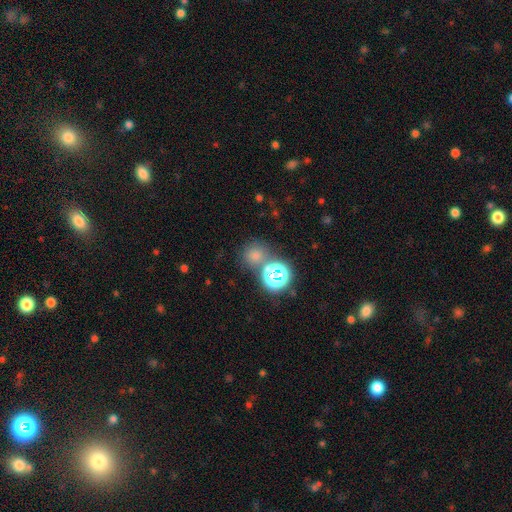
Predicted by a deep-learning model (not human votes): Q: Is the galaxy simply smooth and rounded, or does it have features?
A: smooth — 63%.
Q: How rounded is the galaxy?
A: round — 86%.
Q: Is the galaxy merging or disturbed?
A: none — 64%.